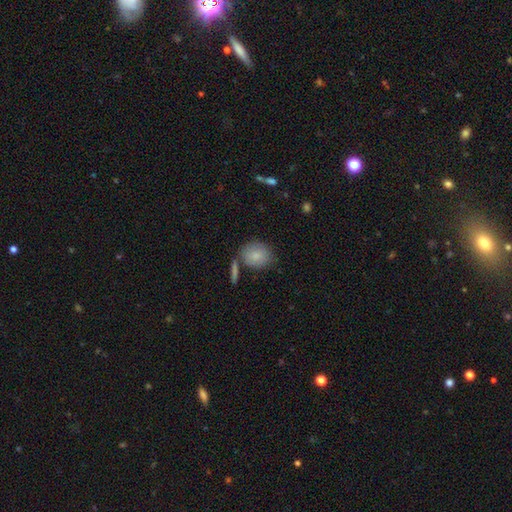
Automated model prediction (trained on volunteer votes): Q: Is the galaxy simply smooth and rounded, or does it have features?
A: smooth — 83%.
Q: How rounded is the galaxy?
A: round — 62%.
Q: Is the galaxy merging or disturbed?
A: none — 67%.